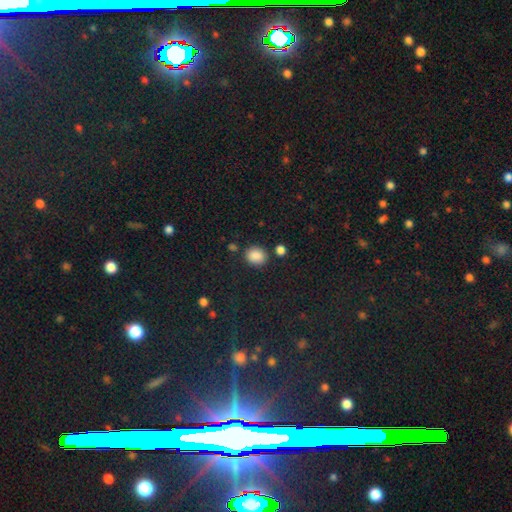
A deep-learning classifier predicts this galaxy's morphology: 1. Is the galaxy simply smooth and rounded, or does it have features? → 87% smooth, 10% star or artifact, 4% featured or disk.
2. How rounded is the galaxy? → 63% round, 36% in between, 1% cigar-shaped.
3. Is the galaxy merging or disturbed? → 79% none, 12% minor disturbance, 6% merger, 4% major disturbance.